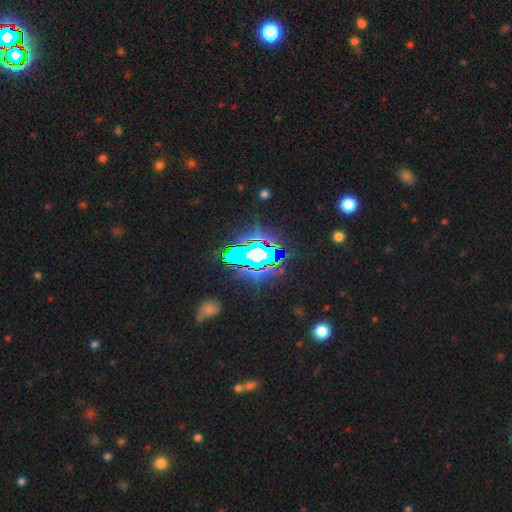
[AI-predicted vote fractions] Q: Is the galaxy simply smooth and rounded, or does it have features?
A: star or artifact — 72%.